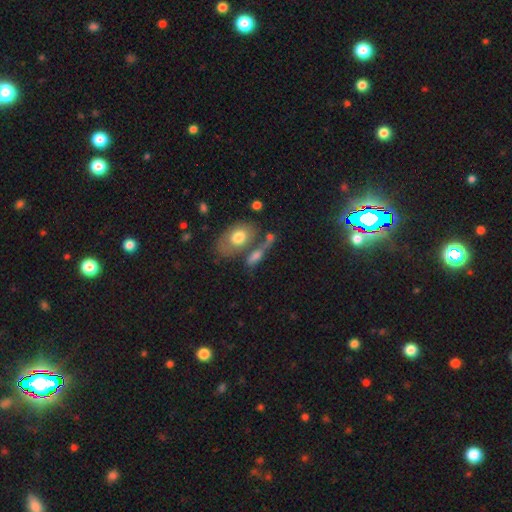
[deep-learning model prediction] Smooth or featured: smooth — 54% (featured or disk — 37%)
How rounded: in between — 65% (cigar-shaped — 24%)
Merging: none — 45% (merger — 29%)